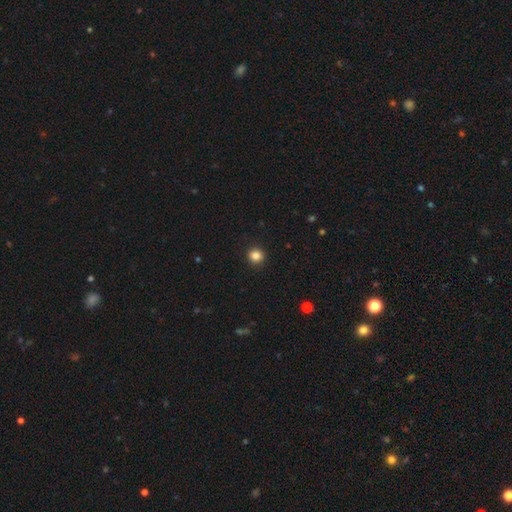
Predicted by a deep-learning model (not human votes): This is clearly a smooth galaxy (84%). How rounded: clearly round (92%). Merging: clearly none (92%).